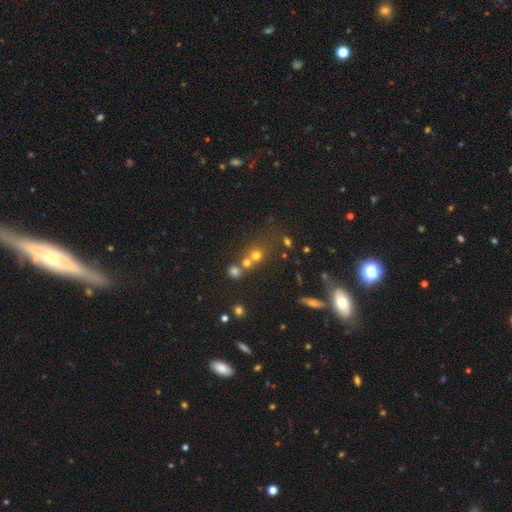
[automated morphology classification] Q: Smooth or featured?
A: smooth (65%); runner-up: star or artifact (23%)
Q: How rounded?
A: round (83%); runner-up: in between (16%)
Q: Merging?
A: none (49%); runner-up: merger (38%)